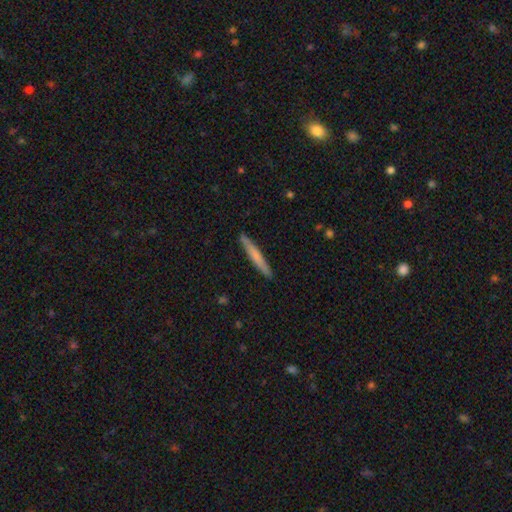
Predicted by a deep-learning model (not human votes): Smooth or featured: smooth — 67% (featured or disk — 28%)
How rounded: cigar-shaped — 96% (in between — 3%)
Merging: none — 89% (minor disturbance — 8%)